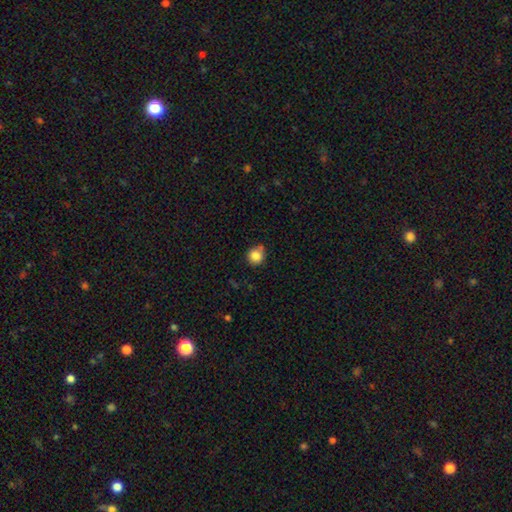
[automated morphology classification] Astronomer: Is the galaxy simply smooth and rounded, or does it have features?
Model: smooth — 85%.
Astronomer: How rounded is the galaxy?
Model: round — 89%.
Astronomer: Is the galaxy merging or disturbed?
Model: none — 72%.